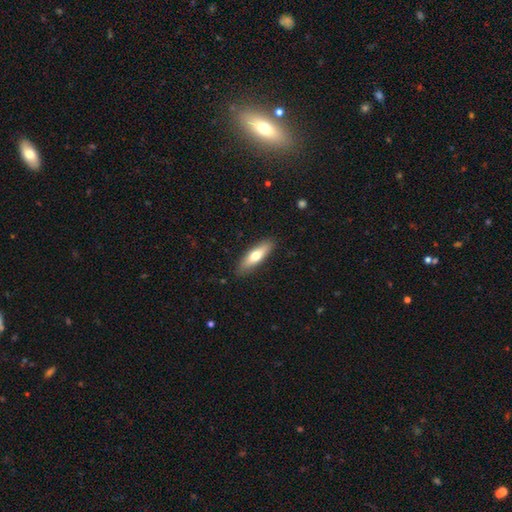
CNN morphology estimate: Smooth or featured? Predicted: smooth (p=0.64). How rounded? Predicted: cigar-shaped (p=0.60). Merging? Predicted: none (p=0.88).